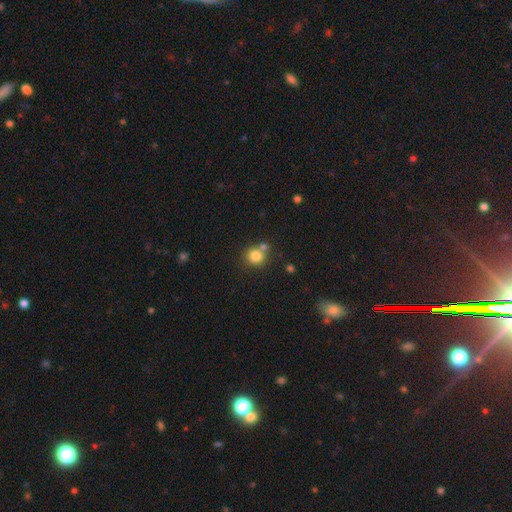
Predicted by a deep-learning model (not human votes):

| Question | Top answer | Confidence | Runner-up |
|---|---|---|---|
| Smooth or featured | smooth | 81% | star or artifact (11%) |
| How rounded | round | 88% | in between (11%) |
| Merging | none | 60% | merger (27%) |